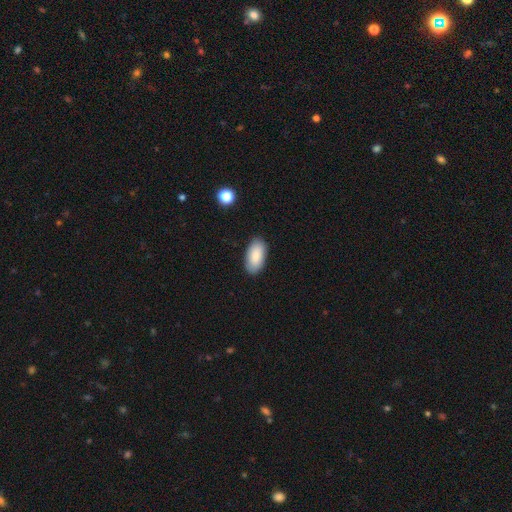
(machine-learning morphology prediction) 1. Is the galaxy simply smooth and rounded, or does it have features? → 88% smooth, 6% star or artifact, 6% featured or disk.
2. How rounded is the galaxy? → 95% in between, 3% cigar-shaped, 2% round.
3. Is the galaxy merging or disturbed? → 88% none, 9% minor disturbance, 2% major disturbance, 1% merger.